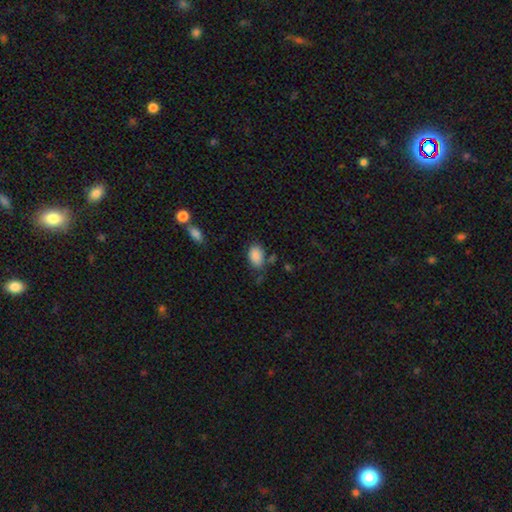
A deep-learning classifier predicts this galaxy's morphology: Overall: smooth (87%). How rounded: in between (89%). Merging: none (67%).